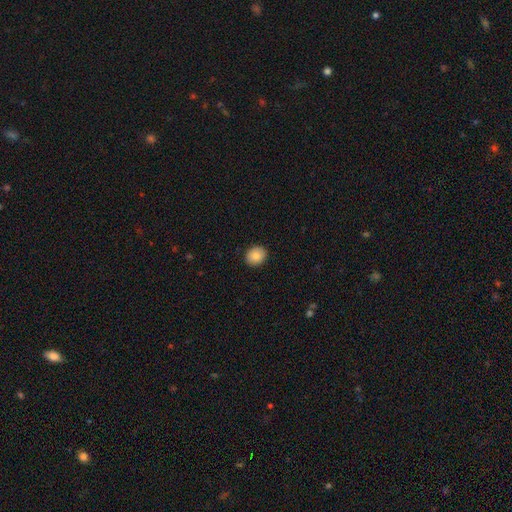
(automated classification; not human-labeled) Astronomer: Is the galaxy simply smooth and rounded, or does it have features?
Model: smooth — 82%.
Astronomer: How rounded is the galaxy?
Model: round — 68%.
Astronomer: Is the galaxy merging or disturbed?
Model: none — 91%.